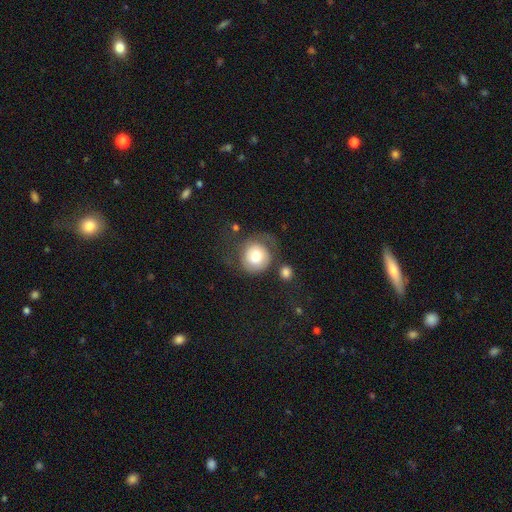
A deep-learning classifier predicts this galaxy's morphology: Smooth or featured? Predicted: smooth (p=0.63). How rounded? Predicted: round (p=0.88). Merging? Predicted: none (p=0.50).